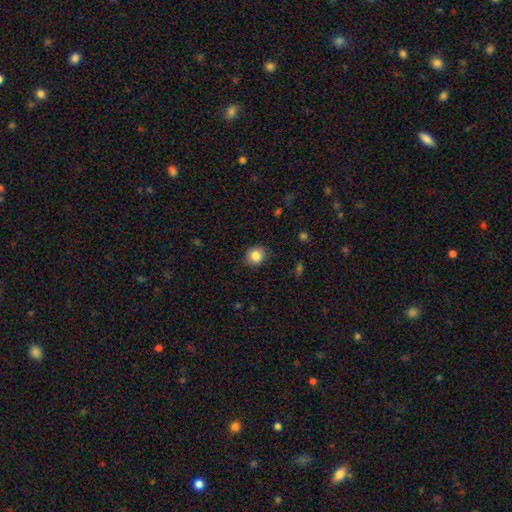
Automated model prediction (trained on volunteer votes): A smooth galaxy with no disk features (85%) that is round (75%). Merging: none (86%).